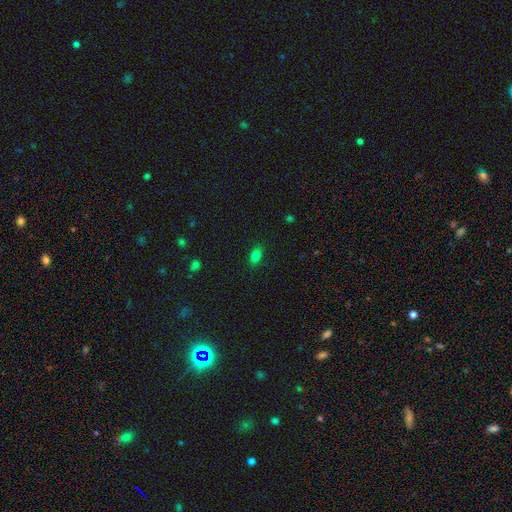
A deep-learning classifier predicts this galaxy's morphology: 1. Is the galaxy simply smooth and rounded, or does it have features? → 79% smooth, 14% star or artifact, 7% featured or disk.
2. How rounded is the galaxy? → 81% in between, 15% round, 4% cigar-shaped.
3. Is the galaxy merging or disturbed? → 86% none, 11% minor disturbance, 3% major disturbance, 1% merger.